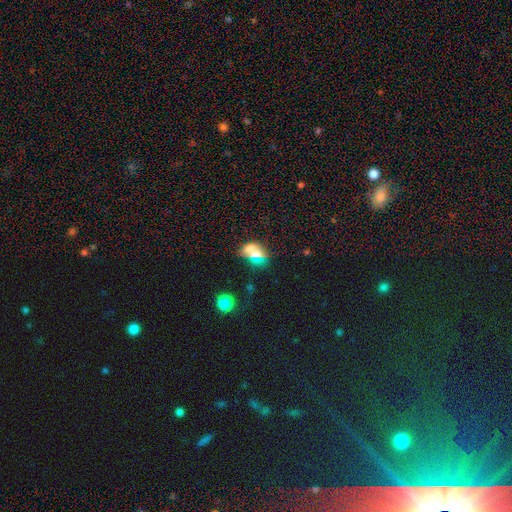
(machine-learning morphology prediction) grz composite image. It shows a smooth galaxy with no disk features (55%) that is in between round and cigar-shaped (58%). Merging: merger (44%).